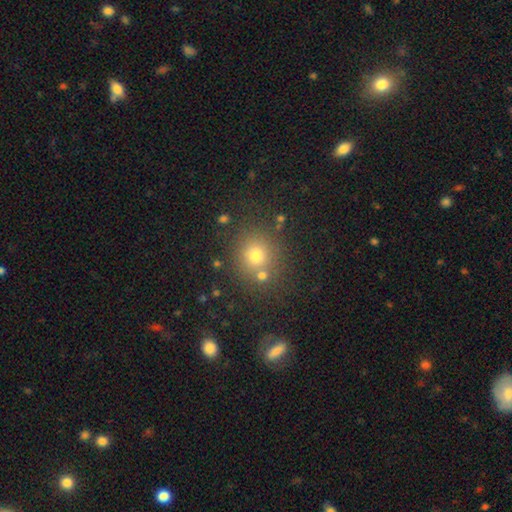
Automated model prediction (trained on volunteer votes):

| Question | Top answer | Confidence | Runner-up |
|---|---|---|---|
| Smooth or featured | smooth | 72% | star or artifact (19%) |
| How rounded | round | 84% | in between (15%) |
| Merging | none | 72% | merger (14%) |